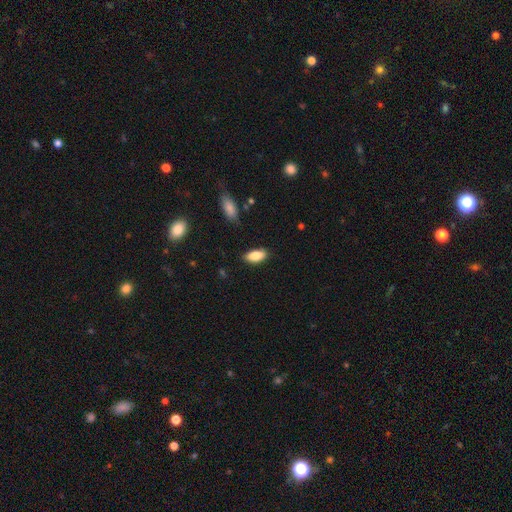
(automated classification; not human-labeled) Q: Smooth or featured?
A: smooth (83%); runner-up: featured or disk (10%)
Q: How rounded?
A: in between (88%); runner-up: cigar-shaped (9%)
Q: Merging?
A: none (85%); runner-up: minor disturbance (12%)